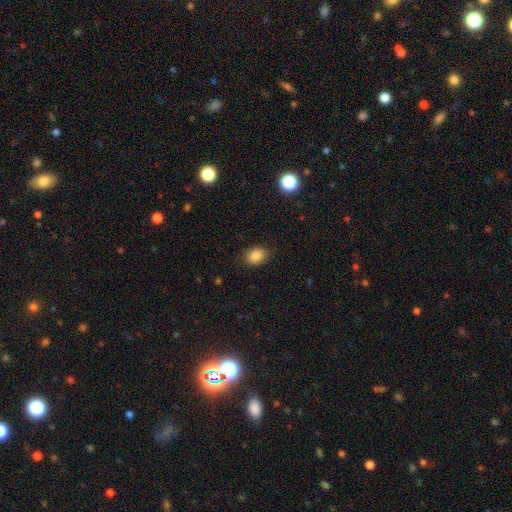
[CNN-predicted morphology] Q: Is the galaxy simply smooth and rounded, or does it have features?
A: smooth — 85%.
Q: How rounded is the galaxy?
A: in between — 70%.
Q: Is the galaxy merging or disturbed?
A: none — 82%.